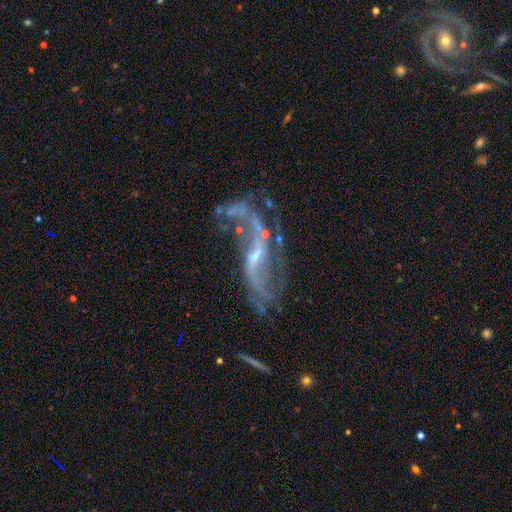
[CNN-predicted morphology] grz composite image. It shows a featured or disk galaxy (87%) with a weak bar (48%), 2 (82%) loose (84%) spiral arms (90%) and a small central bulge (64%). Merging: none (44%).